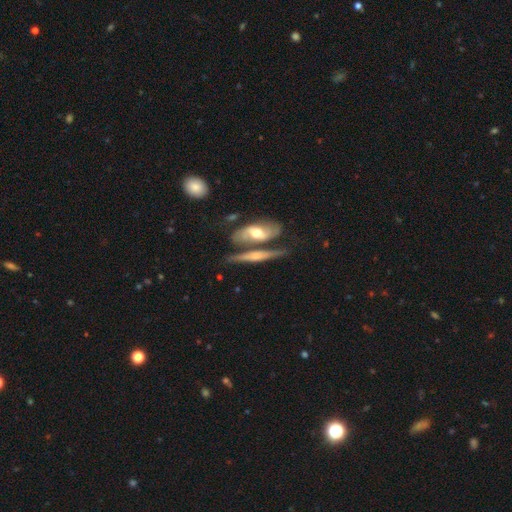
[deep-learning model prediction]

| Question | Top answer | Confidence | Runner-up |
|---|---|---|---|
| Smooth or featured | featured or disk | 65% | smooth (29%) |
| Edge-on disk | yes | 74% | no (26%) |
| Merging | none | 48% | merger (31%) |